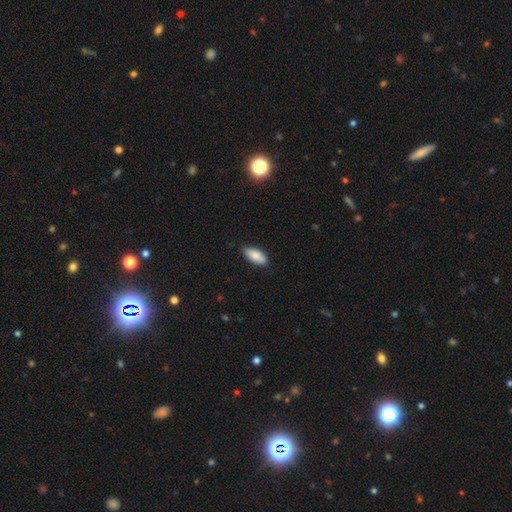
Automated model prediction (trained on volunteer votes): Q: Smooth or featured?
A: smooth (86%); runner-up: featured or disk (8%)
Q: How rounded?
A: in between (84%); runner-up: cigar-shaped (14%)
Q: Merging?
A: none (84%); runner-up: minor disturbance (13%)